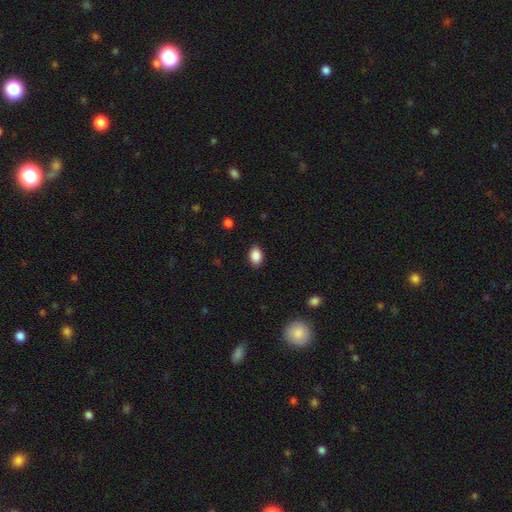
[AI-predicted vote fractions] A smooth galaxy with no disk features (89%) that is in between round and cigar-shaped (85%).

Vote fractions:
- Smooth or featured? smooth: 89% / star or artifact: 8% / featured or disk: 3%
- How rounded? in between: 85% / round: 14% / cigar-shaped: 1%
- Merging? none: 87% / minor disturbance: 10% / major disturbance: 2% / merger: 1%